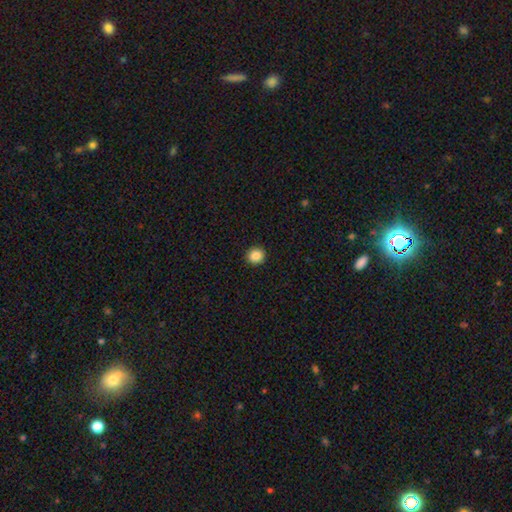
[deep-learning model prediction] Smooth or featured?
  - smooth: 87% *
  - star or artifact: 10%
  - featured or disk: 4%
How rounded?
  - round: 89% *
  - in between: 10%
  - cigar-shaped: 1%
Merging?
  - none: 93% *
  - minor disturbance: 5%
  - major disturbance: 2%
  - merger: 1%